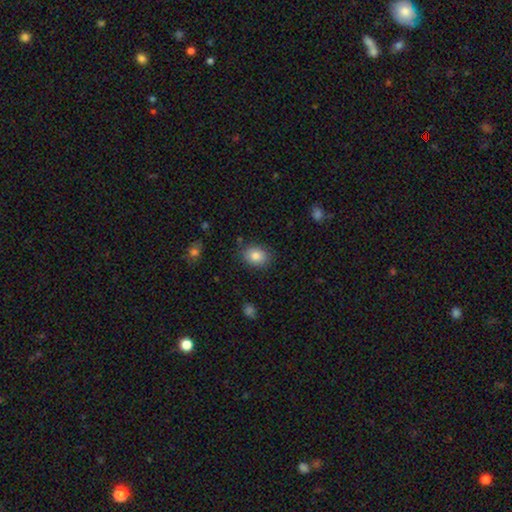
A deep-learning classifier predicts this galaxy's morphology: Smooth or featured?
  - smooth: 84% *
  - star or artifact: 8%
  - featured or disk: 8%
How rounded?
  - in between: 62% *
  - round: 37%
  - cigar-shaped: 1%
Merging?
  - none: 84% *
  - minor disturbance: 11%
  - major disturbance: 3%
  - merger: 2%